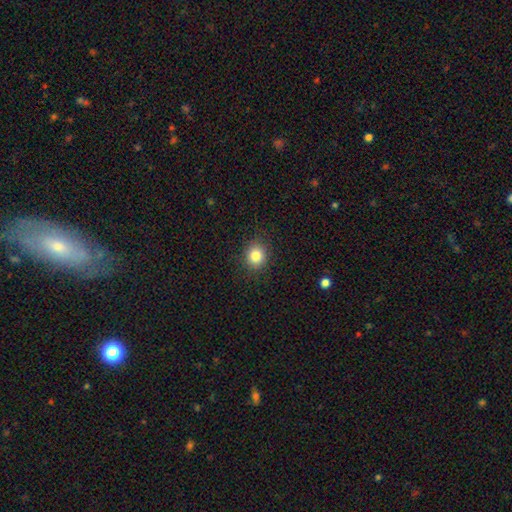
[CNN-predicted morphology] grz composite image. It shows a smooth galaxy with no disk features (84%) that is round (76%). Merging: none (88%).